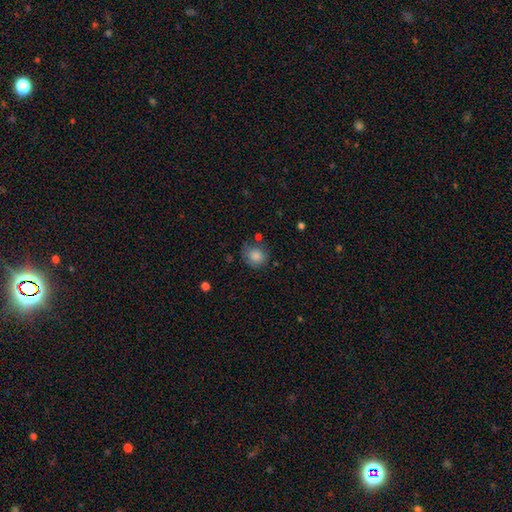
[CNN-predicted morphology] smooth-or-featured: smooth: 84% | star or artifact: 9% | featured or disk: 7%
  how-rounded: round: 79% | in between: 20% | cigar-shaped: 1%
  merging: none: 66% | minor disturbance: 21% | major disturbance: 7% | merger: 6%